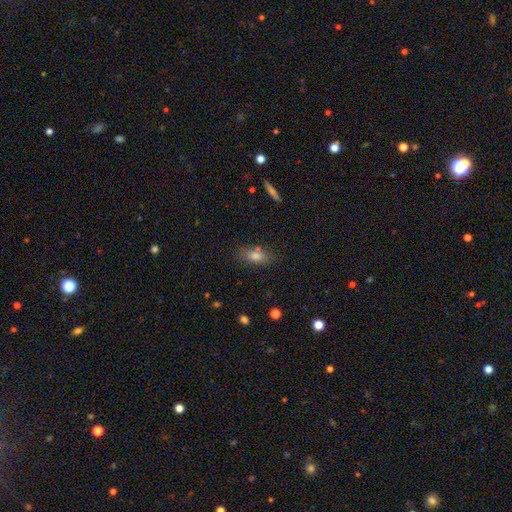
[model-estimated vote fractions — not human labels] smooth 69%, featured or disk 16%, star or artifact 15%. Down the decision tree: how rounded — in between (76%); merging — none (78%).